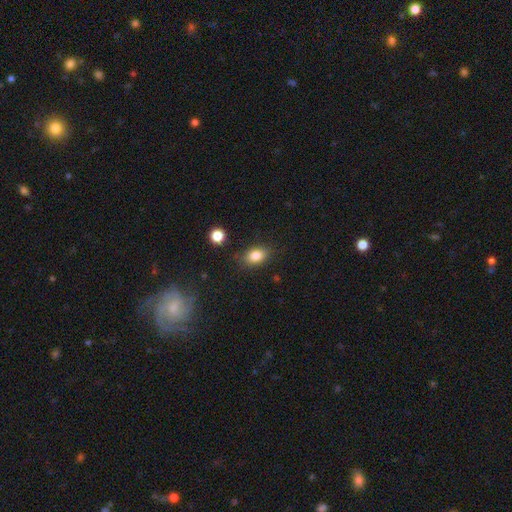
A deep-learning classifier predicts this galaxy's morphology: smooth-or-featured: smooth: 83% | star or artifact: 10% | featured or disk: 7%
  how-rounded: in between: 80% | round: 18% | cigar-shaped: 2%
  merging: none: 82% | minor disturbance: 12% | major disturbance: 3% | merger: 2%